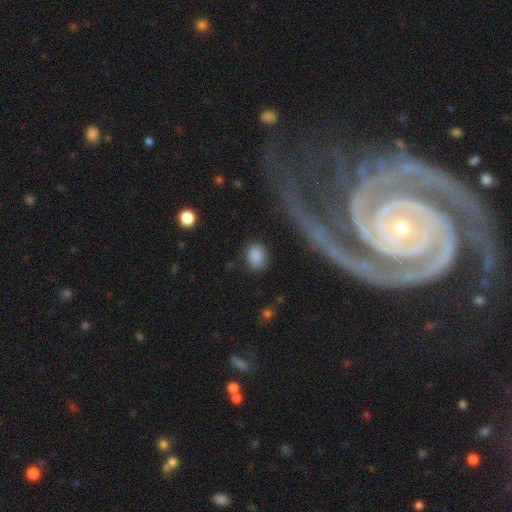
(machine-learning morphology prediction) This is clearly a smooth galaxy (87%). How rounded: possibly in between (57%). Merging: clearly none (82%).